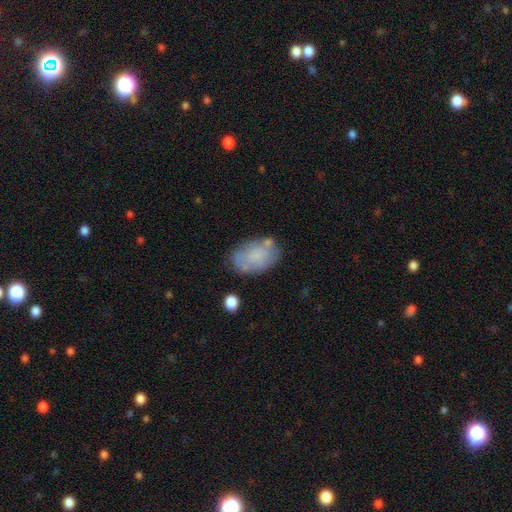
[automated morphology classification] type=smooth (66%); roundness=in between (90%); merging=none (62%).